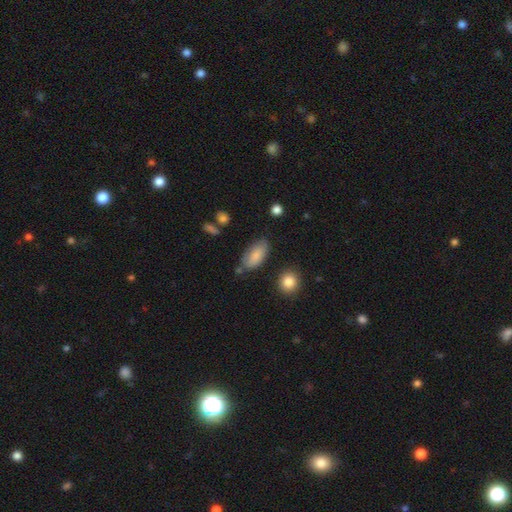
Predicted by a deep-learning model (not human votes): smooth 82%, featured or disk 11%, star or artifact 7%. Down the decision tree: how rounded — in between (92%); merging — none (70%).